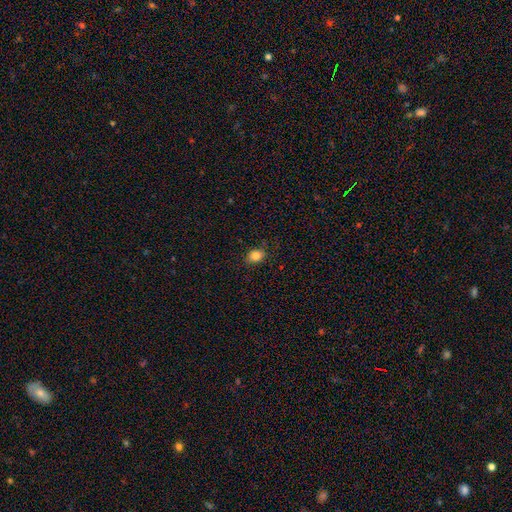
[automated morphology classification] smooth-or-featured: smooth: 85% | star or artifact: 10% | featured or disk: 5%
  how-rounded: in between: 61% | round: 38% | cigar-shaped: 1%
  merging: none: 84% | minor disturbance: 12% | major disturbance: 3% | merger: 1%